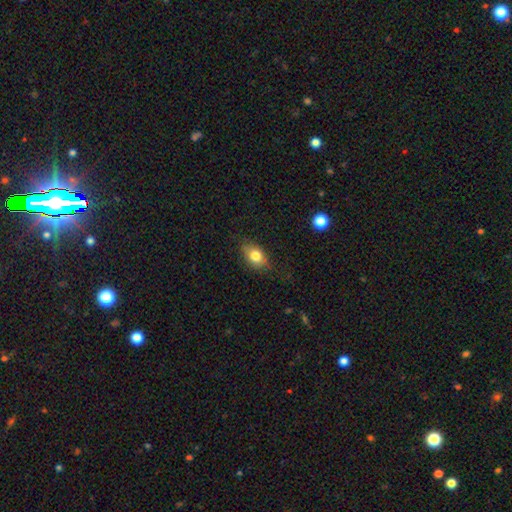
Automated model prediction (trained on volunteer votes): Smooth or featured? smooth (79%)
How rounded? in between (77%)
Merging? none (75%)